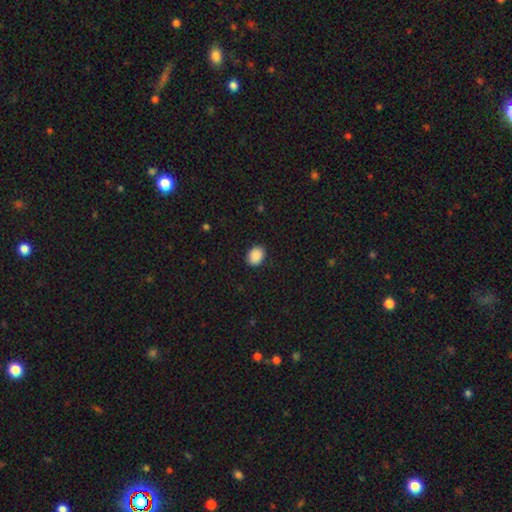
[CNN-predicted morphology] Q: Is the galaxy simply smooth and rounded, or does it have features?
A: smooth — 90%.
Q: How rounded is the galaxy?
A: in between — 61%.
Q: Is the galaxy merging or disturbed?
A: none — 89%.